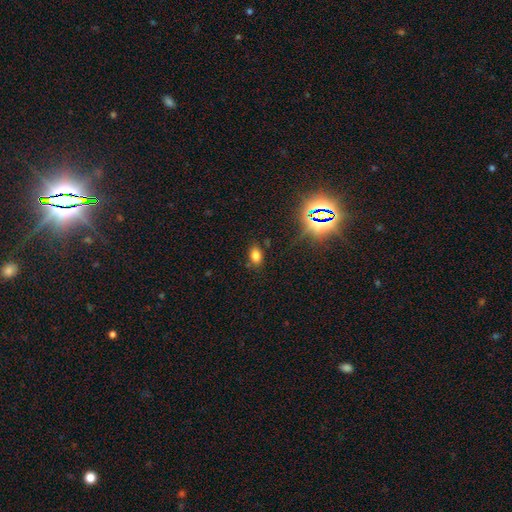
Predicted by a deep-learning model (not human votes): smooth 74%, star or artifact 18%, featured or disk 7%. Down the decision tree: how rounded — in between (81%); merging — none (82%).